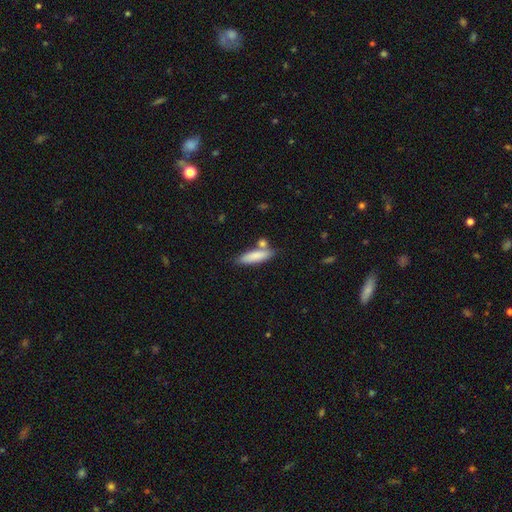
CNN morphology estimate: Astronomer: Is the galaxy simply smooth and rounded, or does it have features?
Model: smooth — 83%.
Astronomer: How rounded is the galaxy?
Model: cigar-shaped — 61% (runner-up: in between, 36%).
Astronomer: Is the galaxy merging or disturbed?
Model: none — 66%.